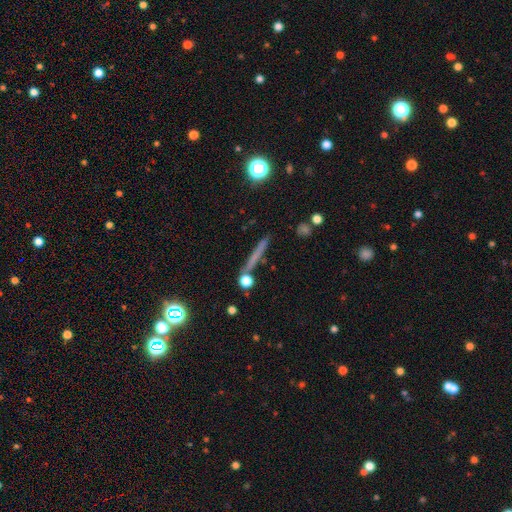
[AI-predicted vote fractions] The model was most divided on "smooth or featured": smooth: 48%, featured or disk: 36%, star or artifact: 16%. More confident: merging — none (79%).